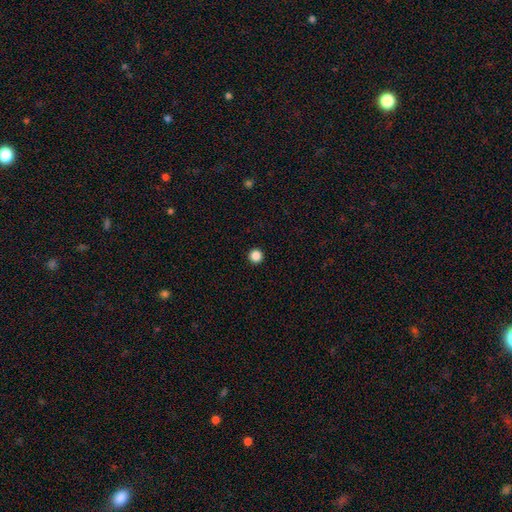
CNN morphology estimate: The model was most divided on "smooth or featured": smooth: 87%, star or artifact: 11%, featured or disk: 2%. More confident: how rounded — round (97%); merging — none (95%).